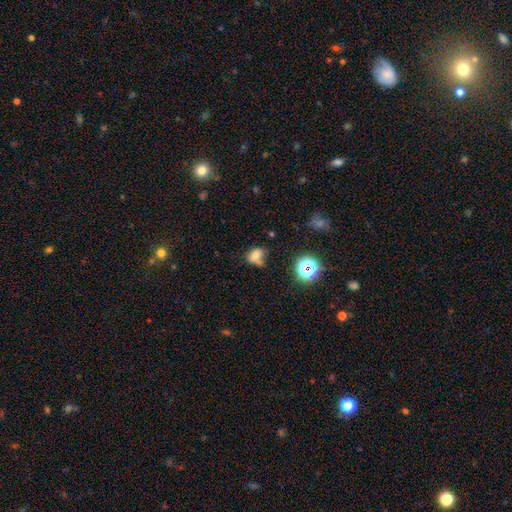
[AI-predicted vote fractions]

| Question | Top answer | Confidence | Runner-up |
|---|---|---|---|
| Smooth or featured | smooth | 67% | star or artifact (18%) |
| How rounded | in between | 52% | round (46%) |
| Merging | none | 38% | minor disturbance (30%) |